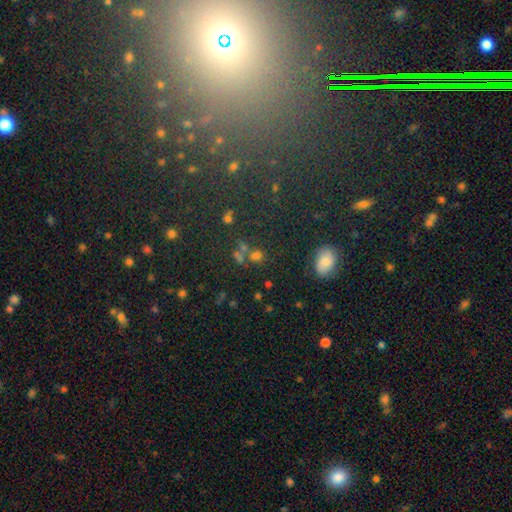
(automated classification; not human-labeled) A smooth galaxy with no disk features (58%) that is round (69%).

Vote fractions:
- Smooth or featured? smooth: 58% / star or artifact: 32% / featured or disk: 11%
- How rounded? round: 69% / in between: 29% / cigar-shaped: 2%
- Merging? none: 55% / merger: 27% / minor disturbance: 11% / major disturbance: 7%